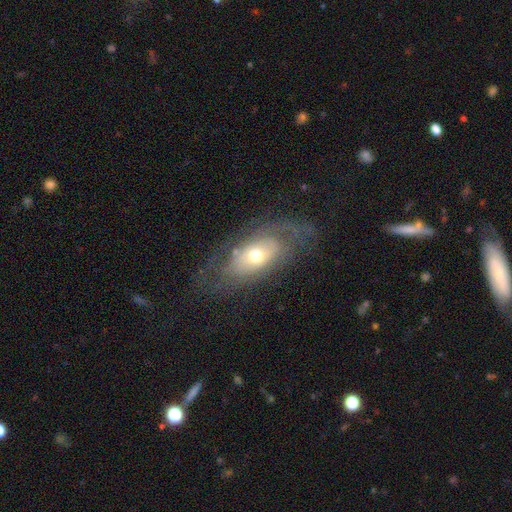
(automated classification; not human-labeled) smooth_or_featured: featured or disk (p=0.55) [alt: smooth p=0.37]
disk_edge_on: no (p=0.86) [alt: yes p=0.14]
merging: none (p=0.65) [alt: minor disturbance p=0.19]